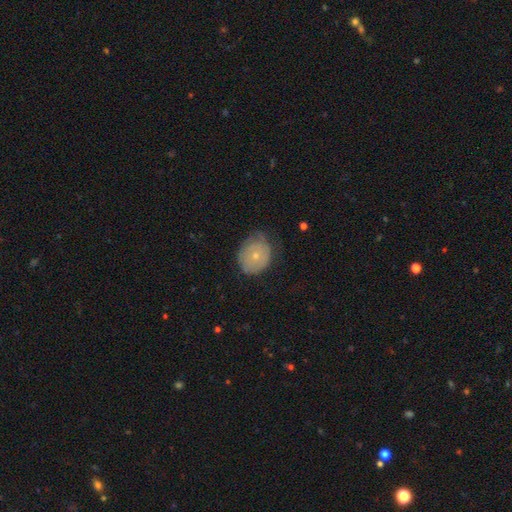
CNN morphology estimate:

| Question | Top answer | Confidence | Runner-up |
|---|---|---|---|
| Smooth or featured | smooth | 59% | featured or disk (33%) |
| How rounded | round | 69% | in between (31%) |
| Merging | none | 56% | minor disturbance (32%) |